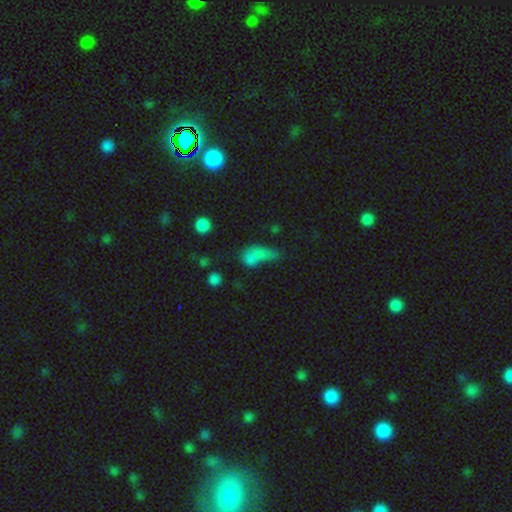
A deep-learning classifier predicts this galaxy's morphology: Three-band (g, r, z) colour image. It shows a smooth galaxy with no disk features (67%) that is in between round and cigar-shaped (66%). Merging: major disturbance (35%).